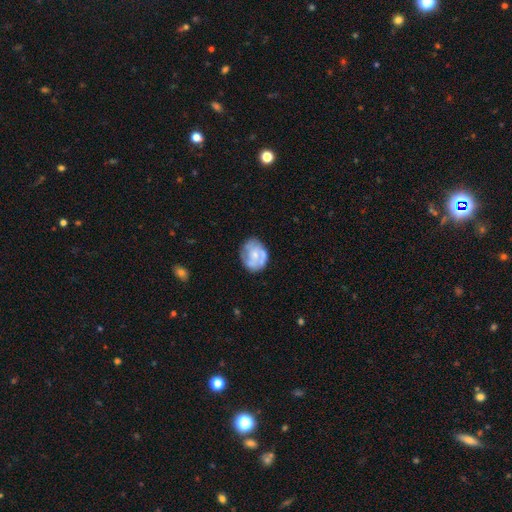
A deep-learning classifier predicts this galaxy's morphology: Smooth or featured? Predicted: featured or disk (p=0.55). Edge-on disk? Predicted: no (p=0.98). Bar? Predicted: no (p=0.83). Spiral arms? Predicted: no (p=0.52). Bulge size? Predicted: small (p=0.48). Merging? Predicted: none (p=0.62).